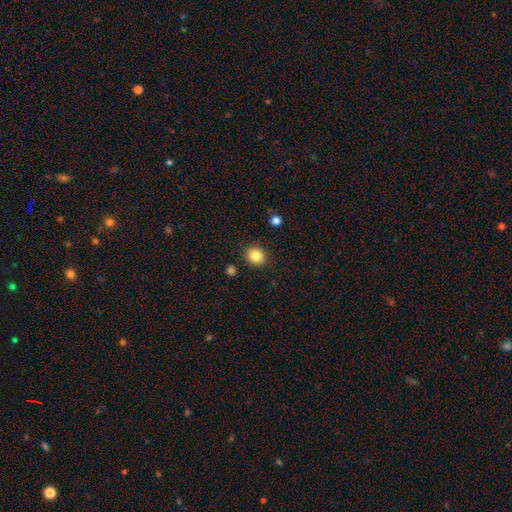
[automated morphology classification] Overall: smooth (85%). How rounded: round (70%; in between 30%). Merging: none (88%).